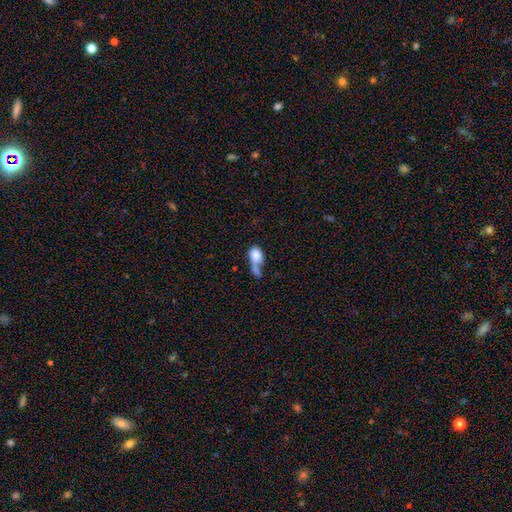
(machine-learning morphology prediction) smooth 77%, featured or disk 16%, star or artifact 8%. Down the decision tree: how rounded — in between (71%); merging — merger (51%).